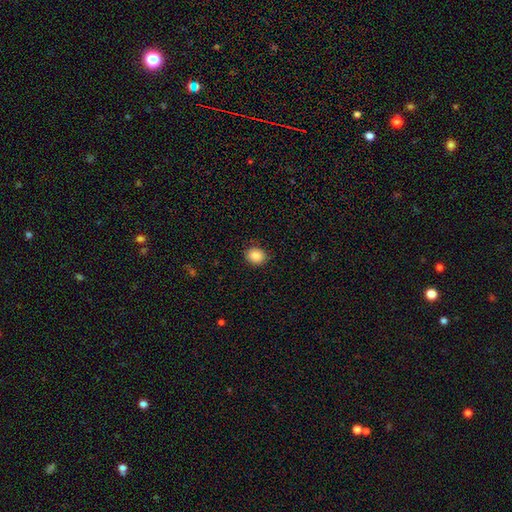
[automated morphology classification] Q: Smooth or featured?
A: smooth (87%); runner-up: star or artifact (9%)
Q: How rounded?
A: round (64%); runner-up: in between (35%)
Q: Merging?
A: none (88%); runner-up: minor disturbance (9%)